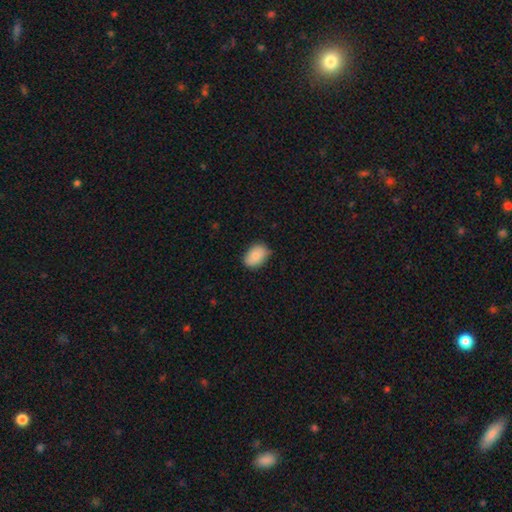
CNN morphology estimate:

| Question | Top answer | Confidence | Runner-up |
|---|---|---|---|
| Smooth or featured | smooth | 85% | featured or disk (9%) |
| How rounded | in between | 83% | round (16%) |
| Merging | none | 77% | minor disturbance (19%) |